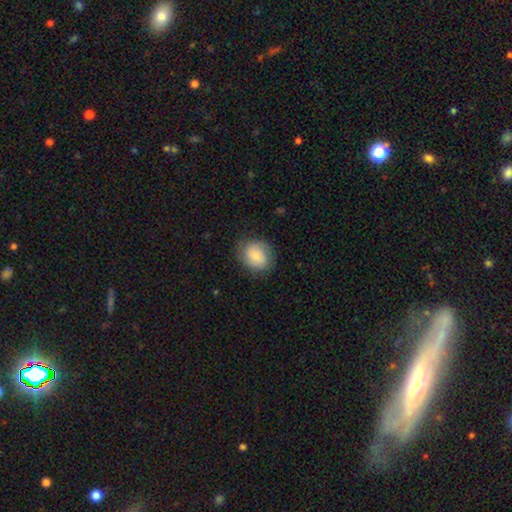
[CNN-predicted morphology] Overall: smooth (79%). How rounded: round (62%; in between 37%). Merging: none (78%).